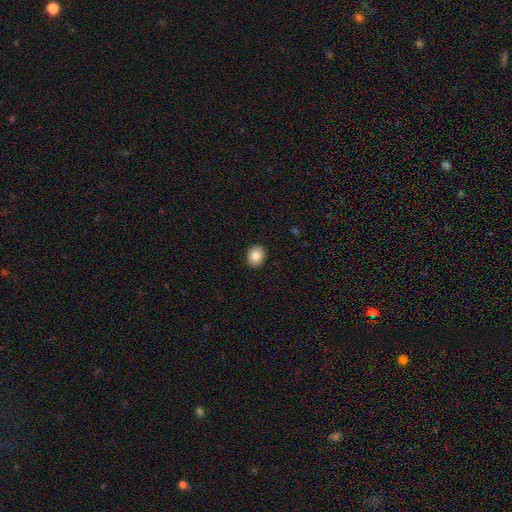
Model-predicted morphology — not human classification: smooth_or_featured: smooth (p=0.86) [alt: star or artifact p=0.08]
how_rounded: round (p=0.56) [alt: in between p=0.43]
merging: none (p=0.92) [alt: minor disturbance p=0.06]